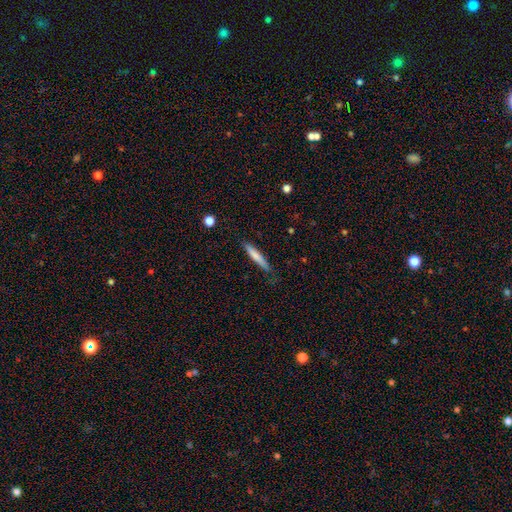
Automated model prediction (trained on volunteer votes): Overall: smooth (74%). How rounded: cigar-shaped (93%). Merging: none (79%).